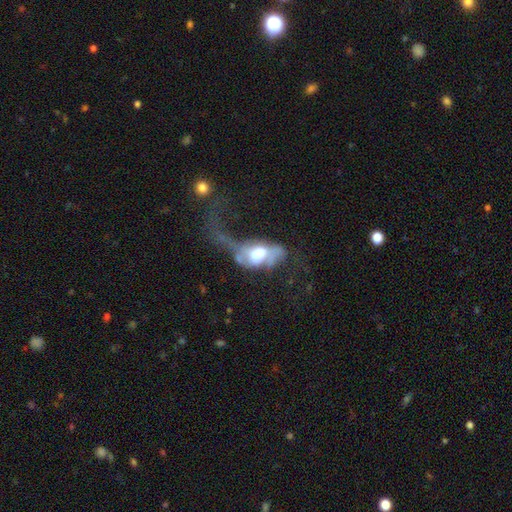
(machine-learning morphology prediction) smooth-or-featured: featured or disk: 53% | smooth: 39% | star or artifact: 8%
  disk-edge-on: no: 86% | yes: 14%
  merging: major disturbance: 63% | minor disturbance: 14% | none: 12% | merger: 11%